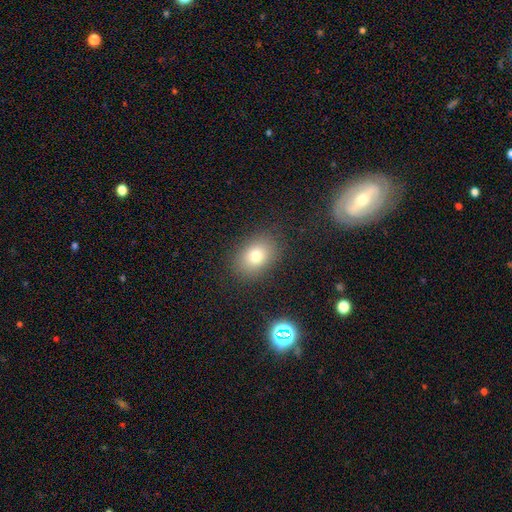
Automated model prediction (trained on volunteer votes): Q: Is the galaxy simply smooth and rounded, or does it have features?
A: smooth — 76%.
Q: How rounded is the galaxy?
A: in between — 71%.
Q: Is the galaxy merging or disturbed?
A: none — 85%.